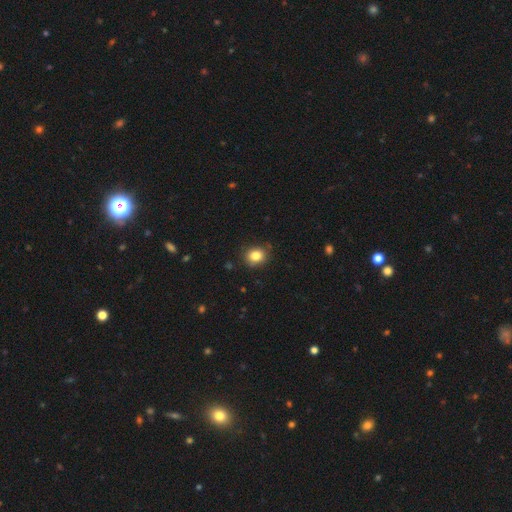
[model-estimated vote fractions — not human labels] A smooth galaxy with no disk features (84%) that is round (66%). Merging: none (84%).